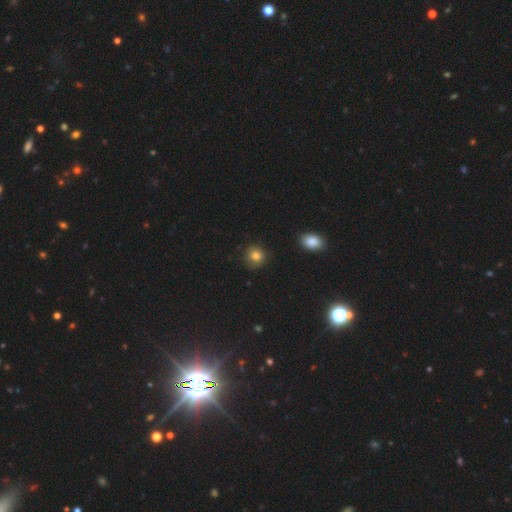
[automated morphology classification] Smooth or featured? Predicted: smooth (p=0.83). How rounded? Predicted: round (p=0.83). Merging? Predicted: none (p=0.79).